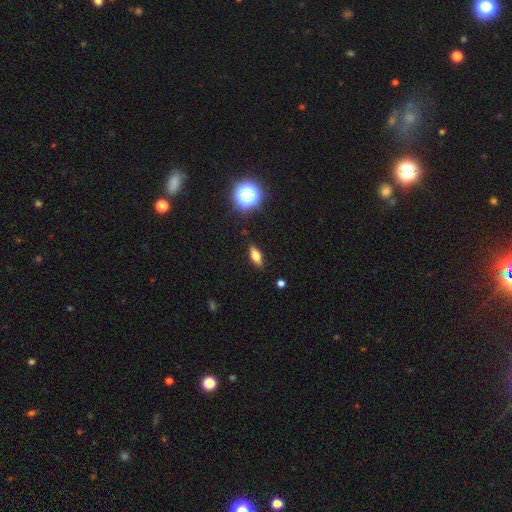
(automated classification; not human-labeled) Smooth or featured? smooth (60%)
How rounded? in between (70%)
Merging? none (87%)